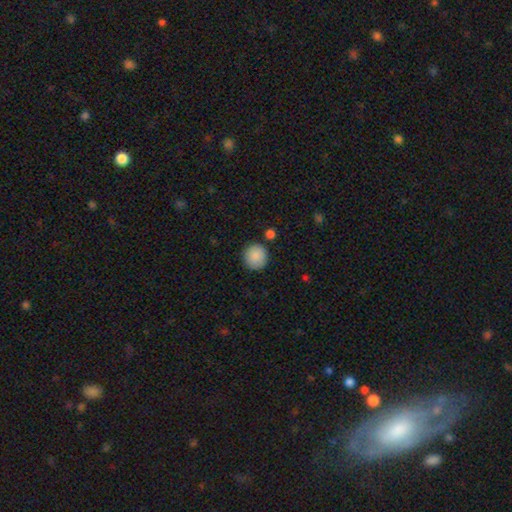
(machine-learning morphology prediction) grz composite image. It shows a smooth galaxy with no disk features (88%) that is round (93%). Merging: none (87%).